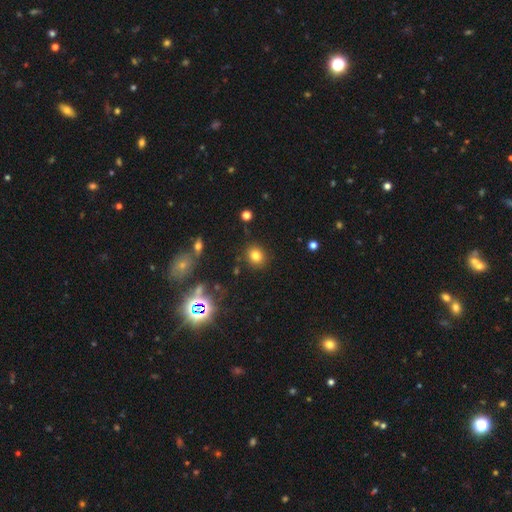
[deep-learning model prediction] Smooth or featured? smooth (78%)
How rounded? round (73%)
Merging? none (87%)